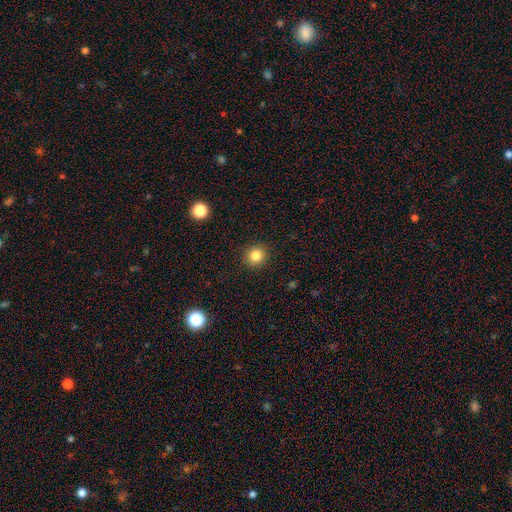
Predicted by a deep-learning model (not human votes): smooth-or-featured: smooth: 83% | star or artifact: 12% | featured or disk: 5%
  how-rounded: round: 91% | in between: 8% | cigar-shaped: 1%
  merging: none: 92% | minor disturbance: 5% | major disturbance: 2% | merger: 1%